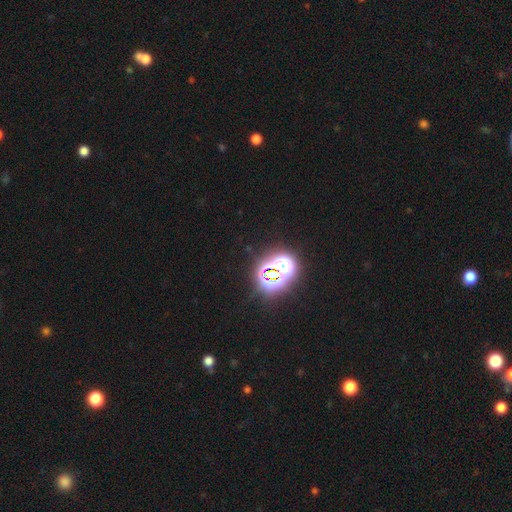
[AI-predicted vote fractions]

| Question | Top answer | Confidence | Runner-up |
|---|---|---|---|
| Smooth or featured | star or artifact | 77% | smooth (16%) |